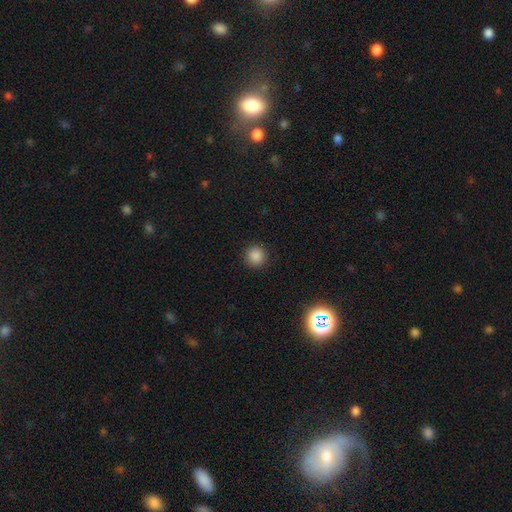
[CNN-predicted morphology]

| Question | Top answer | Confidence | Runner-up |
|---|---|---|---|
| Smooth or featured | smooth | 85% | star or artifact (12%) |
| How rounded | round | 94% | in between (5%) |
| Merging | none | 92% | minor disturbance (5%) |